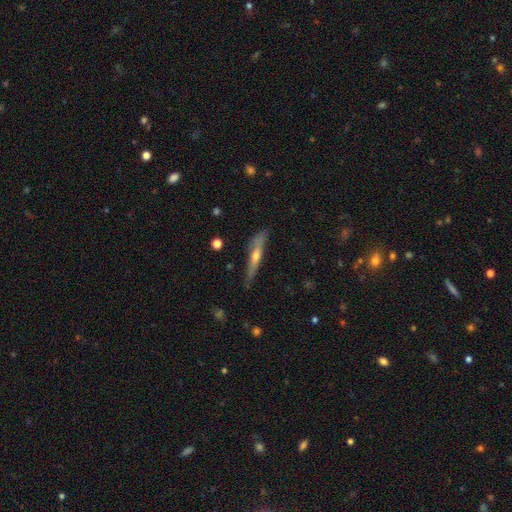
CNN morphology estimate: This is possibly a featured or disk galaxy (59%). It is clearly viewed edge-on (92%). Edge-on bulge: likely rounded (80%). Merging: likely none (75%).